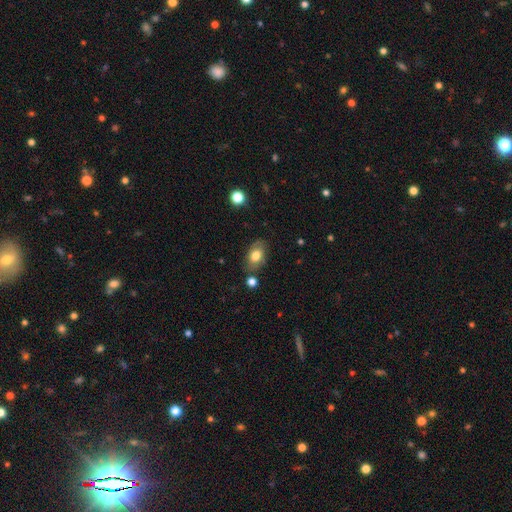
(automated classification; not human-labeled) Morphology: type=smooth (72%); roundness=in between (86%); merging=none (75%).